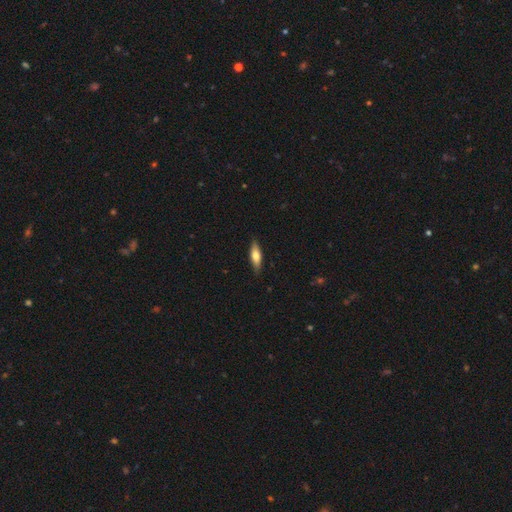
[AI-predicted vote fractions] Smooth or featured? smooth (63%)
How rounded? in between (50%)
Merging? none (86%)